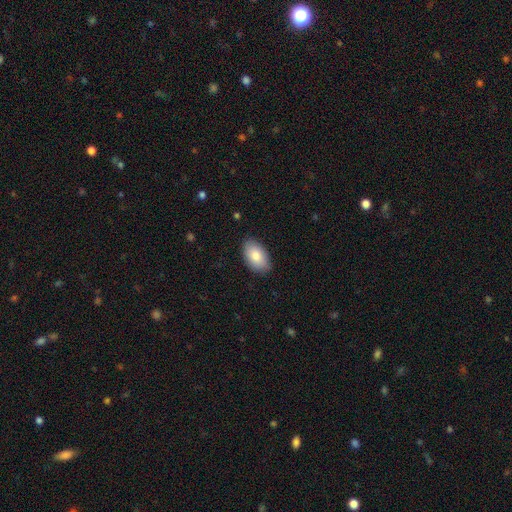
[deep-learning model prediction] A smooth galaxy with no disk features (83%) that is in between round and cigar-shaped (94%). Merging: none (86%).